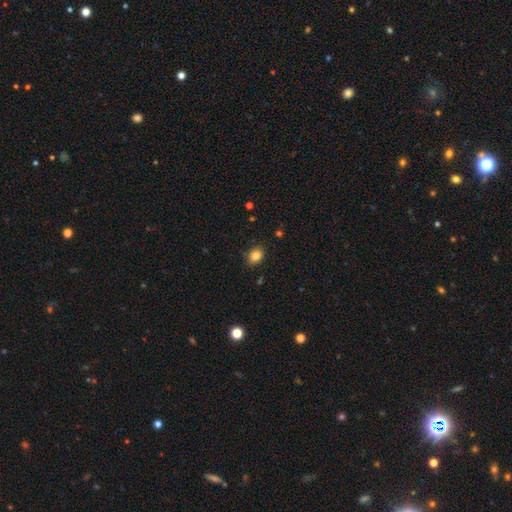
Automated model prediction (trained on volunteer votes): A smooth galaxy with no disk features (84%) that is in between round and cigar-shaped (58%).

Vote fractions:
- Smooth or featured? smooth: 84% / star or artifact: 10% / featured or disk: 5%
- How rounded? in between: 58% / round: 41% / cigar-shaped: 1%
- Merging? none: 86% / minor disturbance: 11% / major disturbance: 2% / merger: 1%